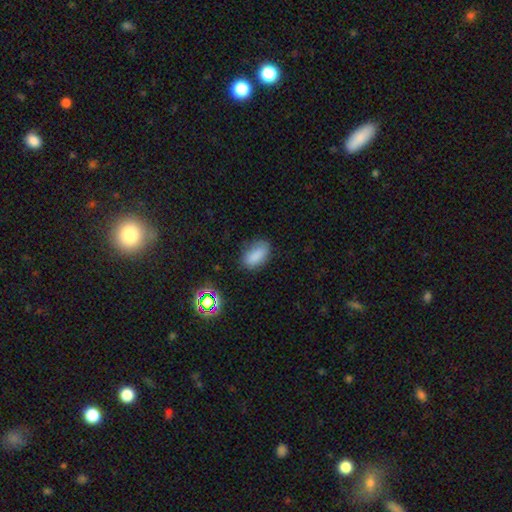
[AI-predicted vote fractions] Overall: smooth (83%). How rounded: in between (91%). Merging: none (75%).